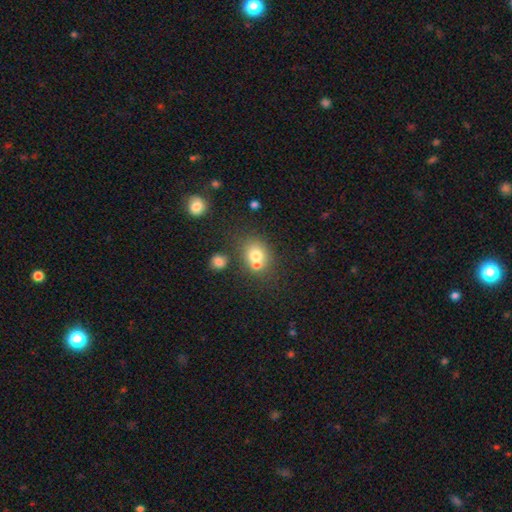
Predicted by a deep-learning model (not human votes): Morphology: type=smooth (72%); roundness=round (66%); merging=none (47%).